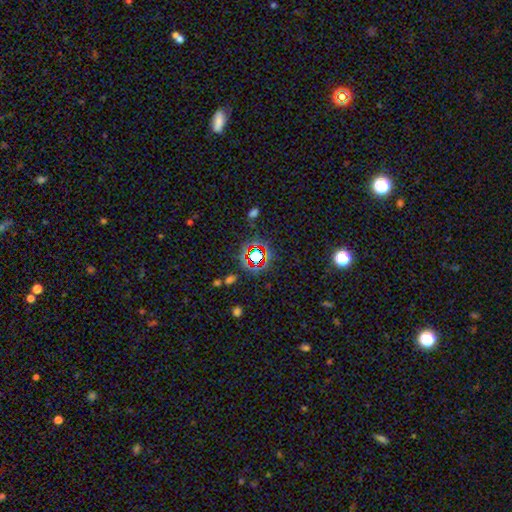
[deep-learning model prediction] Smooth or featured? star or artifact (67%)